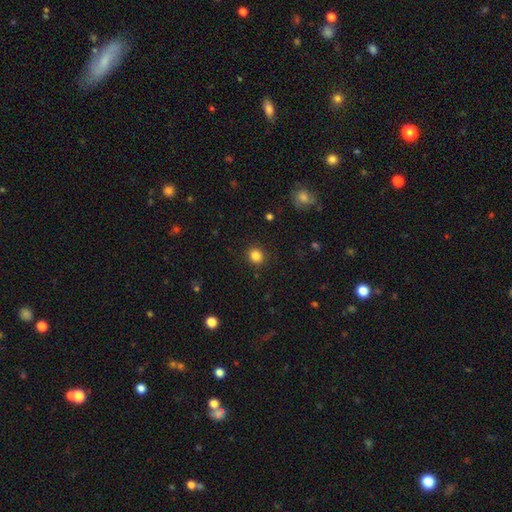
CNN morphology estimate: The model was most divided on "how rounded": round: 81%, in between: 18%, cigar-shaped: 1%. More confident: merging — none (90%); smooth or featured — smooth (84%).